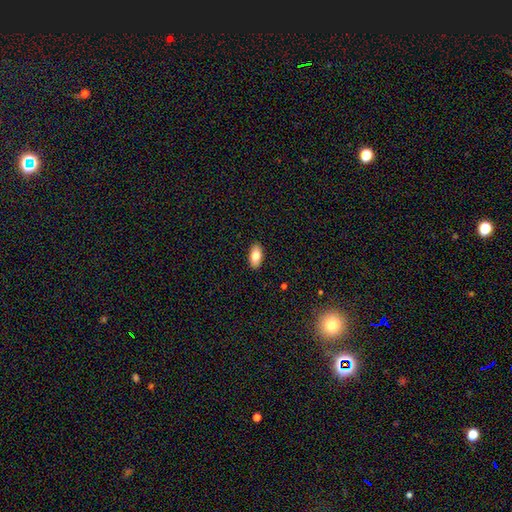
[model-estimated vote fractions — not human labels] smooth-or-featured: smooth: 81% | featured or disk: 12% | star or artifact: 7%
  how-rounded: in between: 92% | cigar-shaped: 4% | round: 3%
  merging: none: 90% | minor disturbance: 7% | major disturbance: 2% | merger: 1%